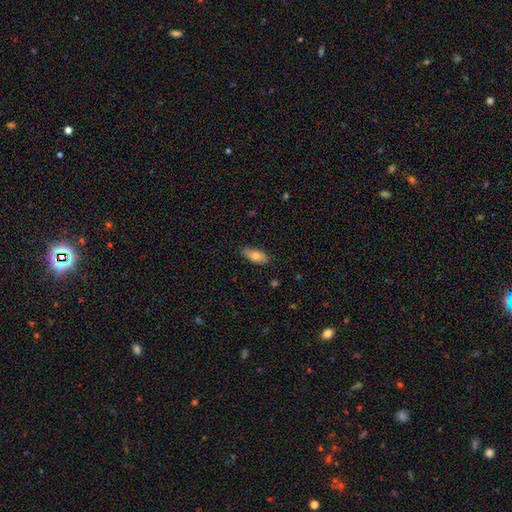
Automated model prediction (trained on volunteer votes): The model was most divided on "smooth or featured": smooth: 77%, featured or disk: 17%, star or artifact: 6%. More confident: how rounded — in between (86%); merging — none (83%).